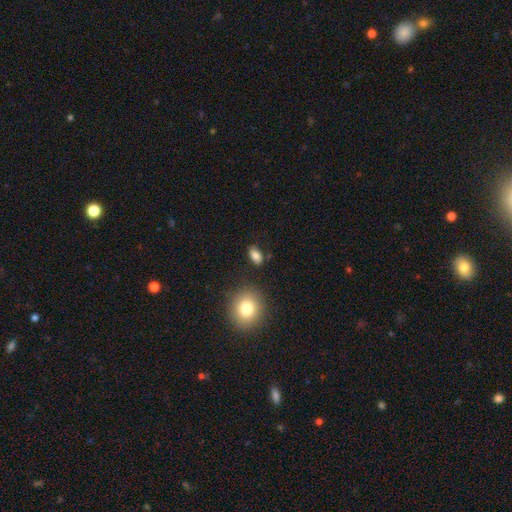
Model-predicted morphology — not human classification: Smooth or featured?
  - smooth: 84% *
  - star or artifact: 9%
  - featured or disk: 6%
How rounded?
  - in between: 88% *
  - round: 9%
  - cigar-shaped: 3%
Merging?
  - none: 83% *
  - minor disturbance: 11%
  - merger: 3%
  - major disturbance: 3%